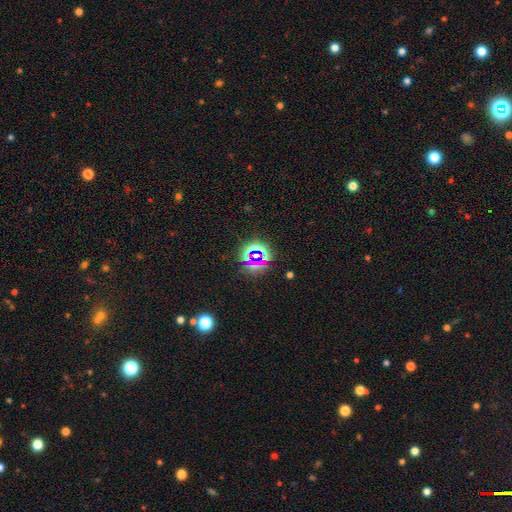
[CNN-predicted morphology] Q: Smooth or featured?
A: star or artifact (71%); runner-up: smooth (20%)